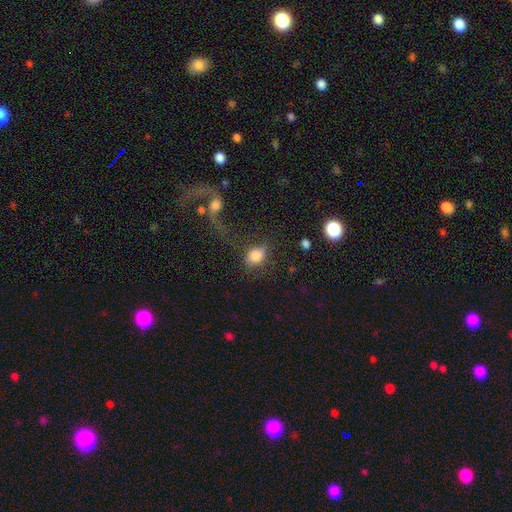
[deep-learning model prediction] This is likely a smooth galaxy (78%). How rounded: possibly in between (59%). Merging: possibly none (54%).